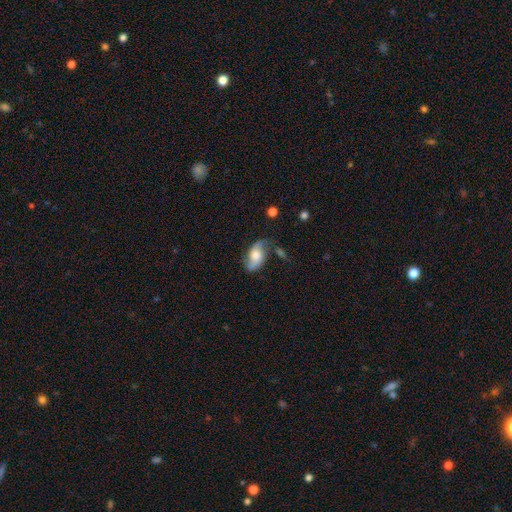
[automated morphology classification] A featured or disk galaxy (58%) with no bar (63%), spiral arms (88%) and a moderate central bulge (42%). Merging: none (59%).